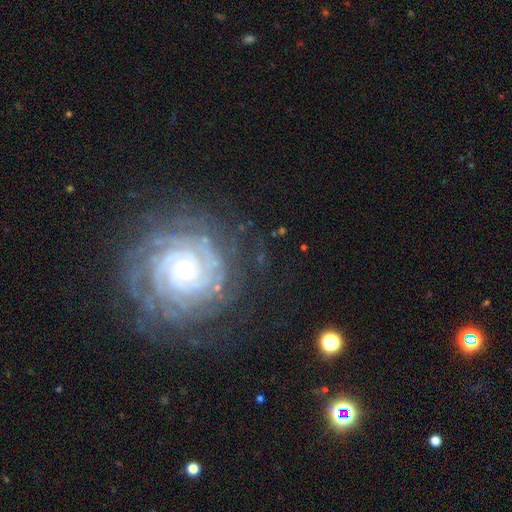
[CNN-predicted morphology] featured or disk 82%, star or artifact 10%, smooth 8%. Down the decision tree: edge-on disk — no (97%); bar — no (75%); spiral arms — yes (96%); spiral arm count — can't tell (33%); spiral winding — tight (85%); bulge size — small (64%); merging — none (80%).